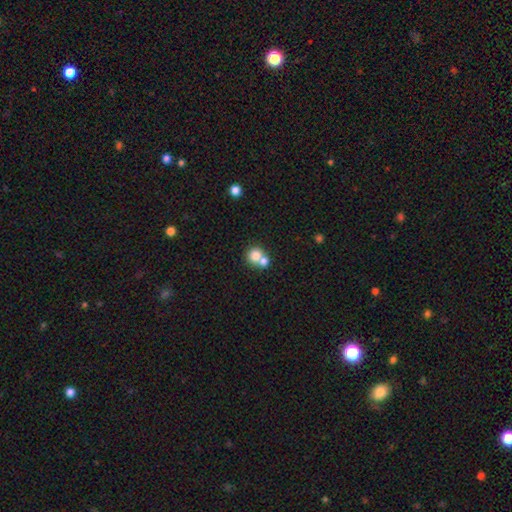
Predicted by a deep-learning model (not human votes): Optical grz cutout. It shows a smooth galaxy with no disk features (77%) that is round (85%). Merging: merger (55%).